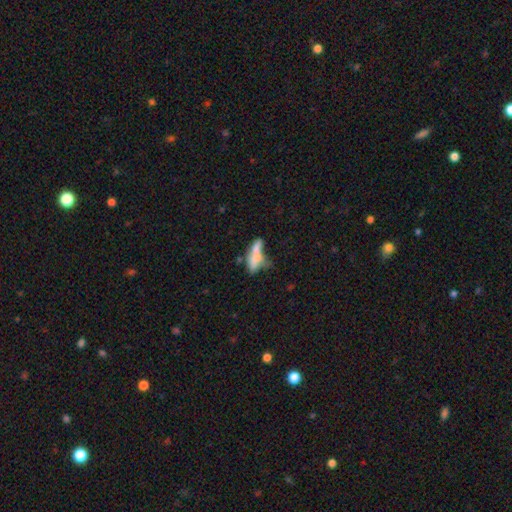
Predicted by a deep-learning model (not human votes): Smooth or featured? Predicted: smooth (p=0.55). How rounded? Predicted: cigar-shaped (p=0.51). Merging? Predicted: merger (p=0.40).